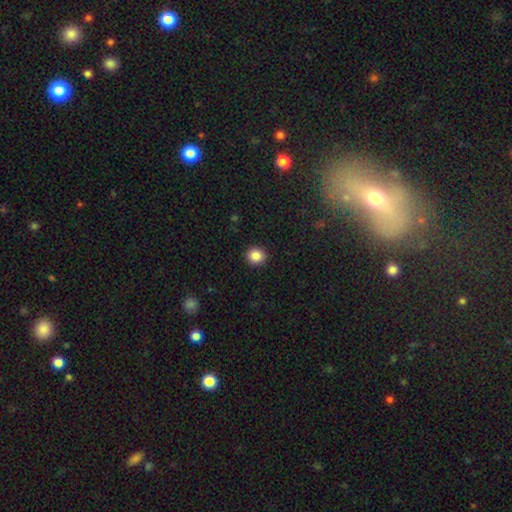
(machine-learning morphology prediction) A smooth galaxy with no disk features (86%) that is round (91%). Merging: none (92%).